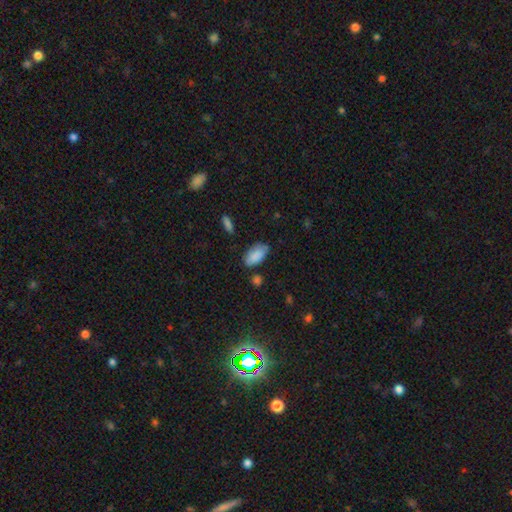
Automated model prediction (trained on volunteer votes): smooth-or-featured: smooth: 87% | star or artifact: 7% | featured or disk: 7%
  how-rounded: in between: 94% | round: 3% | cigar-shaped: 3%
  merging: none: 69% | minor disturbance: 22% | major disturbance: 4% | merger: 4%